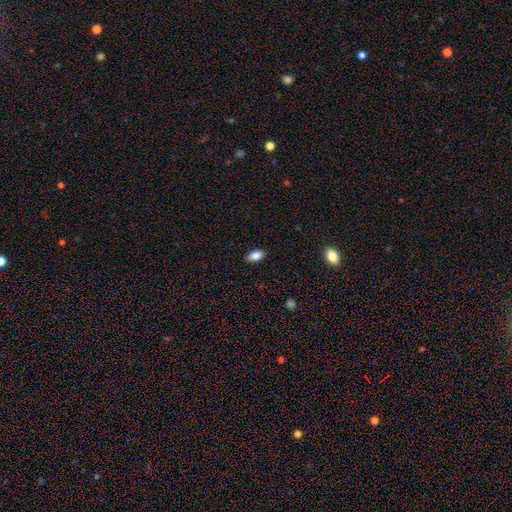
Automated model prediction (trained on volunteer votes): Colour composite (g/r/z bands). It shows a smooth galaxy with no disk features (85%) that is in between round and cigar-shaped (91%). Merging: none (88%).